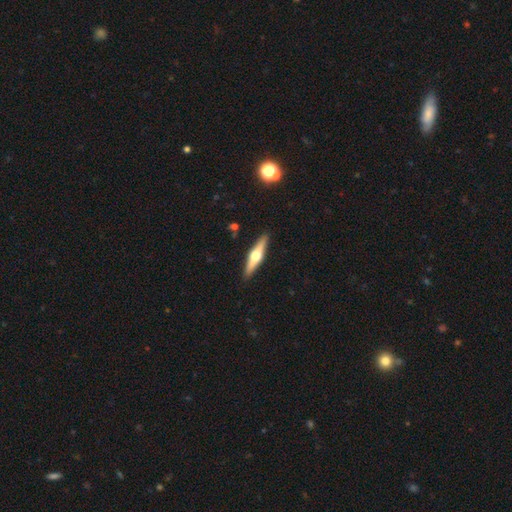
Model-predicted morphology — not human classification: Smooth or featured: featured or disk — 63% (smooth — 32%)
Edge-on disk: yes — 96% (no — 4%)
Edge-on bulge: rounded — 95% (boxy — 3%)
Merging: none — 91% (minor disturbance — 6%)